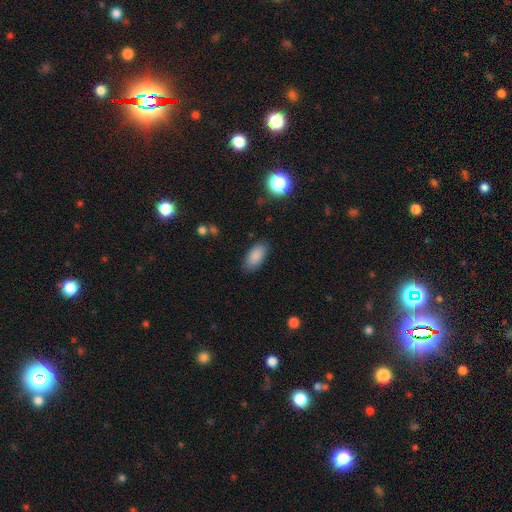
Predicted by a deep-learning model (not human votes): smooth-or-featured: smooth: 87% | star or artifact: 8% | featured or disk: 5%
  how-rounded: in between: 92% | cigar-shaped: 5% | round: 3%
  merging: none: 84% | minor disturbance: 12% | major disturbance: 3% | merger: 1%